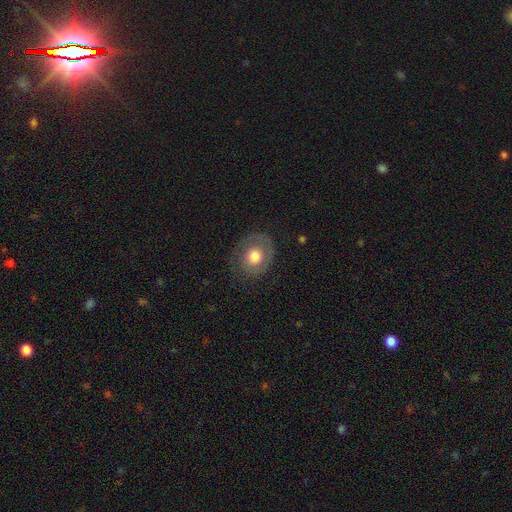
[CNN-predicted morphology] Overall: smooth (63%; featured or disk 29%). How rounded: round (68%; in between 32%). Merging: none (73%).